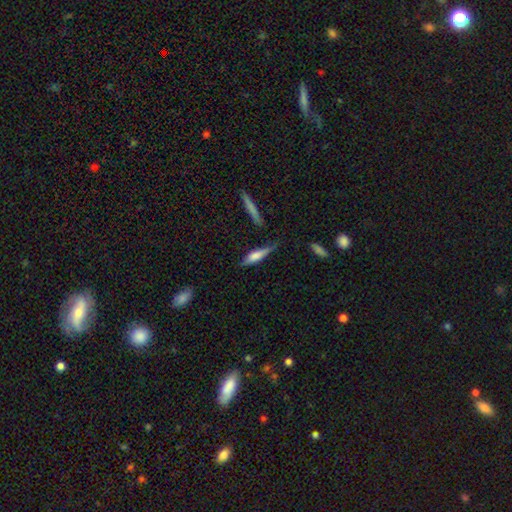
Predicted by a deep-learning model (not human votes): A smooth galaxy with no disk features (59%) that is cigar-shaped (74%).

Vote fractions:
- Smooth or featured? smooth: 59% / featured or disk: 34% / star or artifact: 7%
- How rounded? cigar-shaped: 74% / in between: 24% / round: 2%
- Merging? none: 63% / minor disturbance: 26% / major disturbance: 7% / merger: 4%